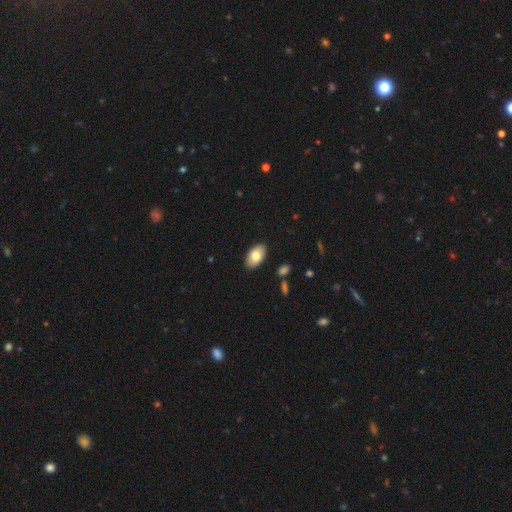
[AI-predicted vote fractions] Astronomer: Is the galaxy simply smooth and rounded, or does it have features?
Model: smooth — 78%.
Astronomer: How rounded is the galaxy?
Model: in between — 95%.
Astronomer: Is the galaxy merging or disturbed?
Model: none — 88%.